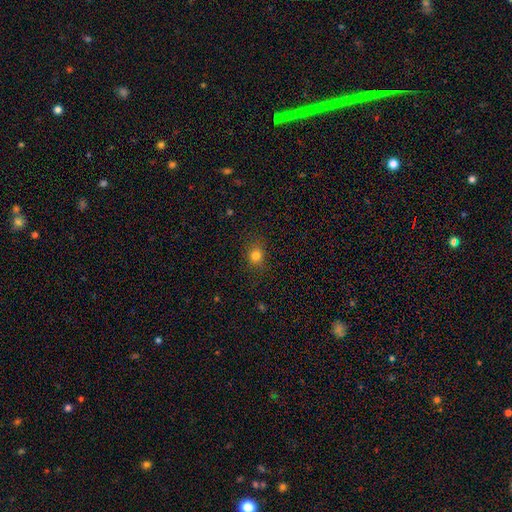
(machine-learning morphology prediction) type=smooth (79%); roundness=round (71%); merging=none (85%).